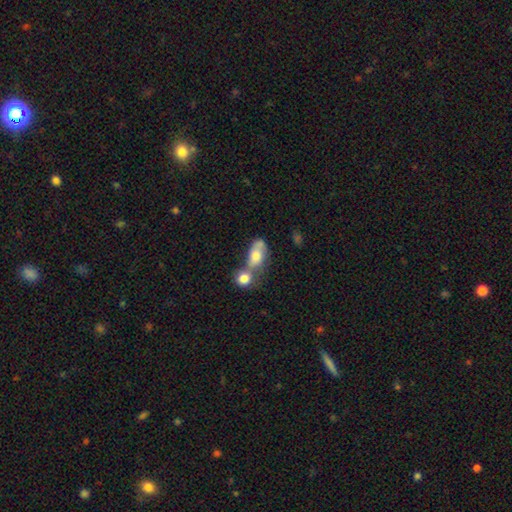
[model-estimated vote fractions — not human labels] This appears to be a smooth galaxy with no disk features (67%) that is in between round and cigar-shaped (76%). Merging: merger (62%).